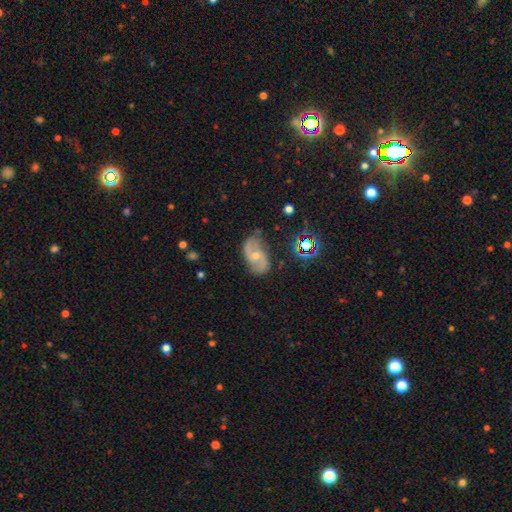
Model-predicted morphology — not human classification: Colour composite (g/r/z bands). It shows a featured or disk galaxy (77%) with no bar (50%), 2 (89%) medium (43%) spiral arms (93%) and a small central bulge (50%). Merging: none (71%).